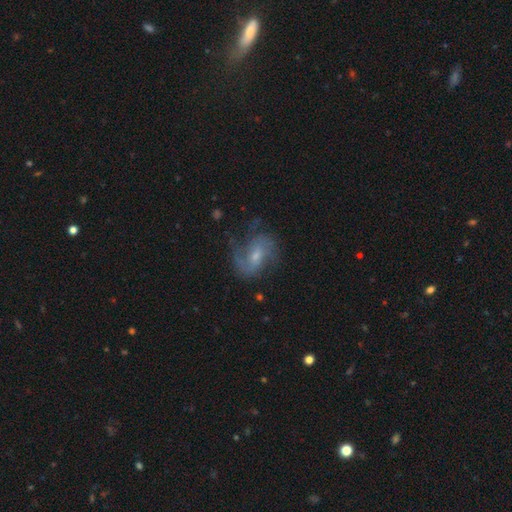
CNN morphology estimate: Q: Smooth or featured?
A: featured or disk (75%); runner-up: smooth (17%)
Q: Edge-on disk?
A: no (97%); runner-up: yes (3%)
Q: Bar?
A: weak (49%); runner-up: no (38%)
Q: Spiral arms?
A: yes (90%); runner-up: no (10%)
Q: Spiral winding?
A: medium (46%); runner-up: loose (34%)
Q: Spiral arm count?
A: 2 (61%); runner-up: can't tell (16%)
Q: Bulge size?
A: small (53%); runner-up: moderate (39%)
Q: Merging?
A: none (59%); runner-up: minor disturbance (21%)